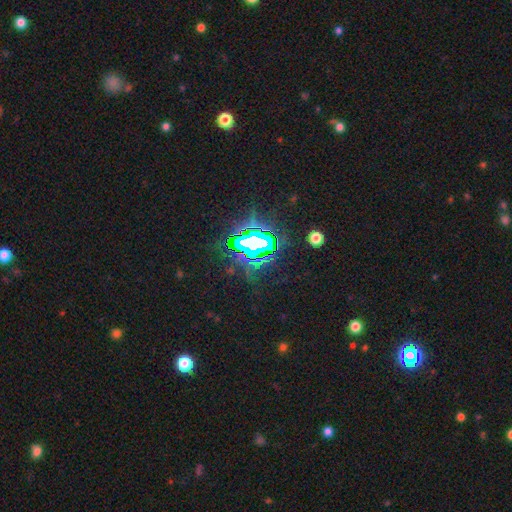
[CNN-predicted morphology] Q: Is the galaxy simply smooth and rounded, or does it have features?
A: star or artifact — 83%.